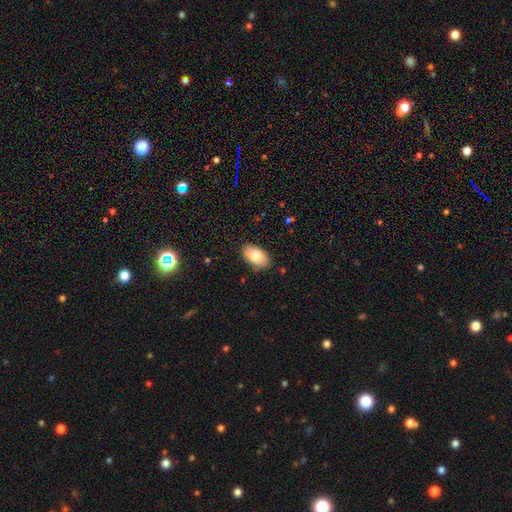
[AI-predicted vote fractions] The model was most divided on "smooth or featured": smooth: 79%, featured or disk: 14%, star or artifact: 7%. More confident: how rounded — in between (93%); merging — none (85%).